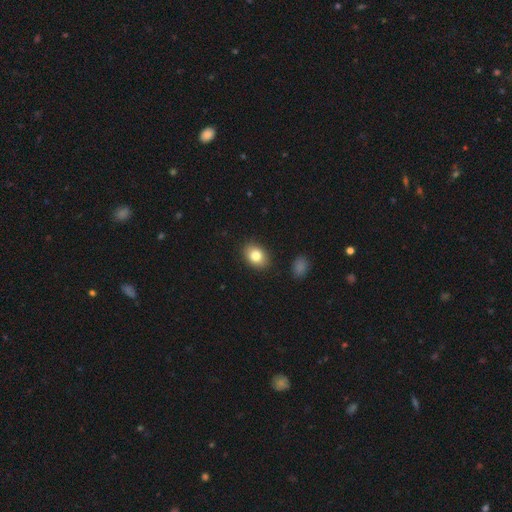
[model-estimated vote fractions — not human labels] A smooth galaxy with no disk features (82%) that is in between round and cigar-shaped (74%).

Vote fractions:
- Smooth or featured? smooth: 82% / featured or disk: 10% / star or artifact: 8%
- How rounded? in between: 74% / round: 25% / cigar-shaped: 1%
- Merging? none: 87% / minor disturbance: 9% / major disturbance: 2% / merger: 2%